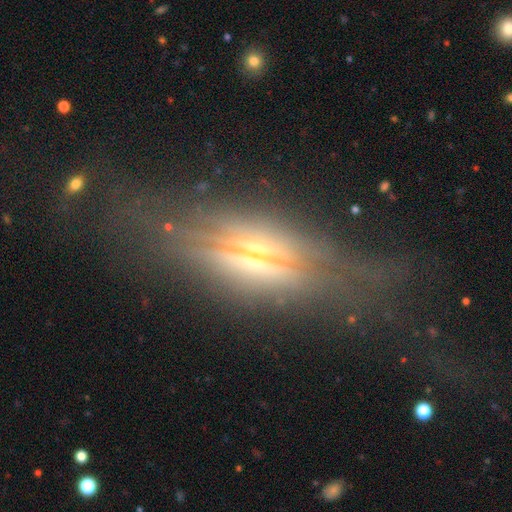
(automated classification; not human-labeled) A featured or disk galaxy (74%) viewed edge-on (87%) with a rounded central bulge (82%). Merging: none (65%).